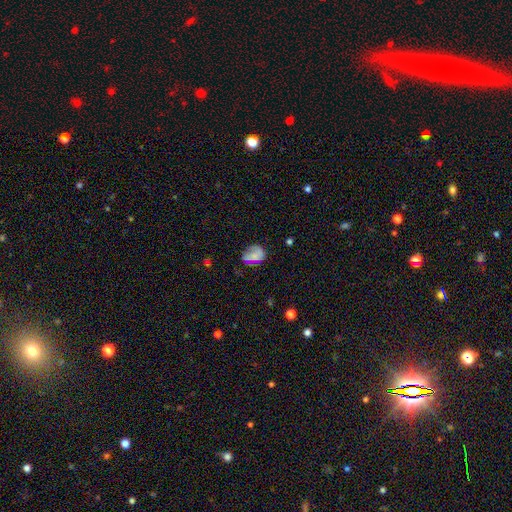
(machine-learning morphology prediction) The model was most divided on "how rounded": round: 51%, in between: 48%, cigar-shaped: 1%. More confident: merging — none (55%); smooth or featured — smooth (53%).